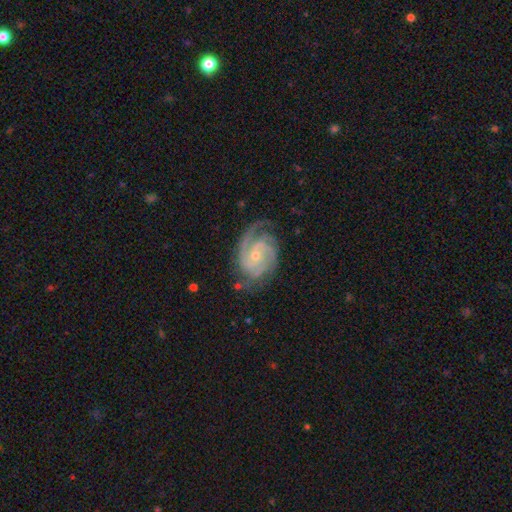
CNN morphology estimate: This is clearly a featured or disk galaxy (91%). It is clearly not viewed edge-on (98%). Bar: likely no (66%). Spiral arm pattern: clearly yes (98%). Spiral arm count: marginally 3 (38%). Spiral winding: likely tight (61%). Central bulge: likely small (67%). Merging: likely none (73%).